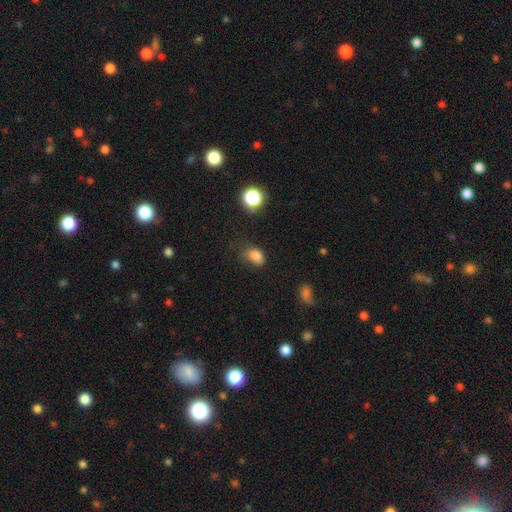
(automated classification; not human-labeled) Smooth or featured: smooth — 81% (star or artifact — 13%)
How rounded: in between — 74% (round — 24%)
Merging: none — 47% (minor disturbance — 34%)